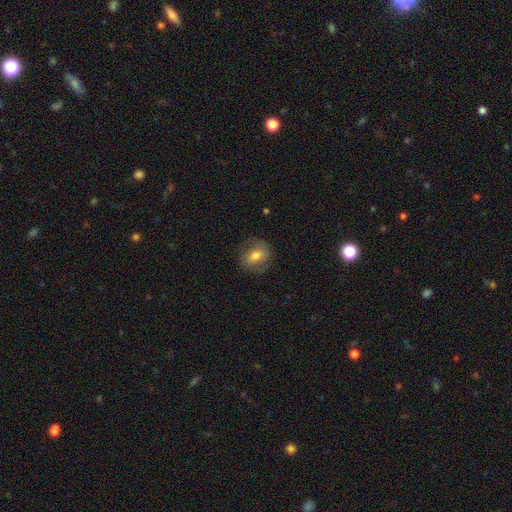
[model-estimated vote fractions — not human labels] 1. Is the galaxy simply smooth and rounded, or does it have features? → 61% smooth, 31% featured or disk, 8% star or artifact.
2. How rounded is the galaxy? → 57% round, 41% in between, 1% cigar-shaped.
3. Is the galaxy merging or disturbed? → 77% none, 15% minor disturbance, 6% major disturbance, 1% merger.